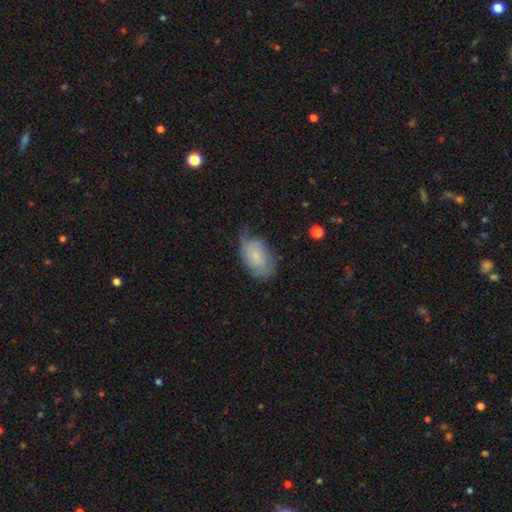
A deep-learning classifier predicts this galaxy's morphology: Smooth or featured: smooth — 59% (featured or disk — 34%)
How rounded: in between — 90% (round — 9%)
Merging: none — 49% (minor disturbance — 34%)